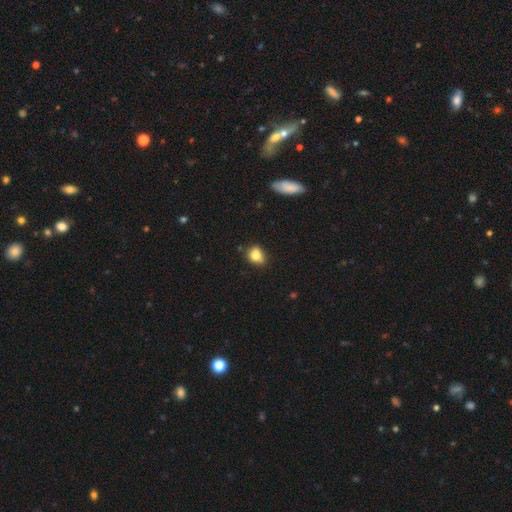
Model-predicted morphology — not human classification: Q: Smooth or featured?
A: smooth (79%); runner-up: star or artifact (11%)
Q: How rounded?
A: round (52%); runner-up: in between (46%)
Q: Merging?
A: none (59%); runner-up: minor disturbance (27%)